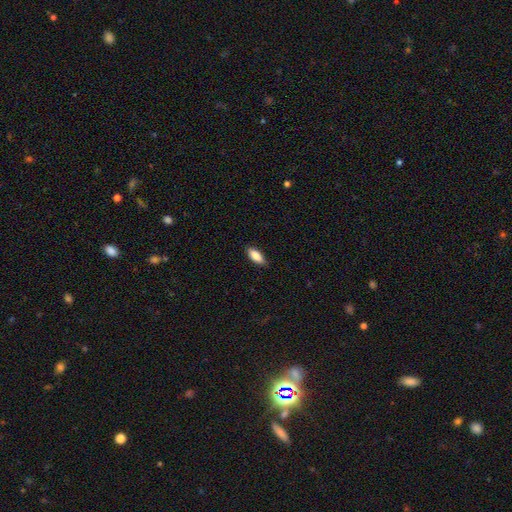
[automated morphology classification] A smooth galaxy with no disk features (85%) that is in between round and cigar-shaped (80%).

Vote fractions:
- Smooth or featured? smooth: 85% / featured or disk: 9% / star or artifact: 6%
- How rounded? in between: 80% / cigar-shaped: 18% / round: 2%
- Merging? none: 87% / minor disturbance: 10% / major disturbance: 2% / merger: 1%